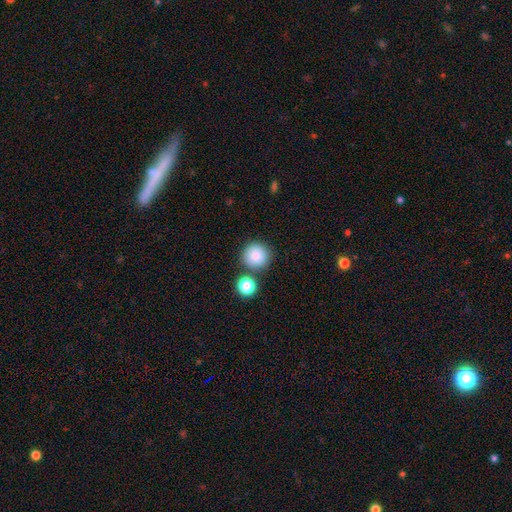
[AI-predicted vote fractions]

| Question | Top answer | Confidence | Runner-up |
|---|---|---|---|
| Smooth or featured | smooth | 86% | star or artifact (9%) |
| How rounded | round | 94% | in between (5%) |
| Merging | none | 78% | merger (11%) |